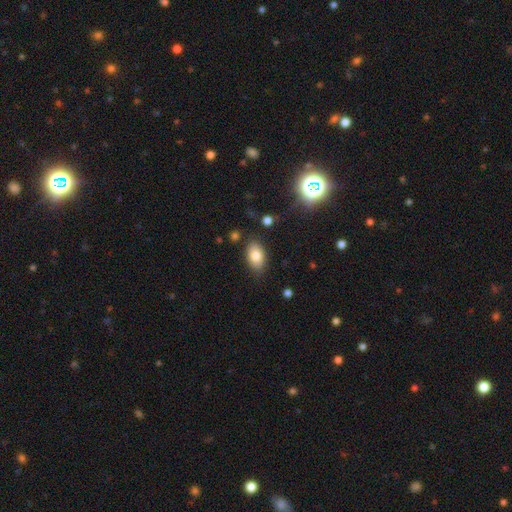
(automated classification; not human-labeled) A smooth galaxy with no disk features (79%) that is in between round and cigar-shaped (91%). Merging: none (83%).